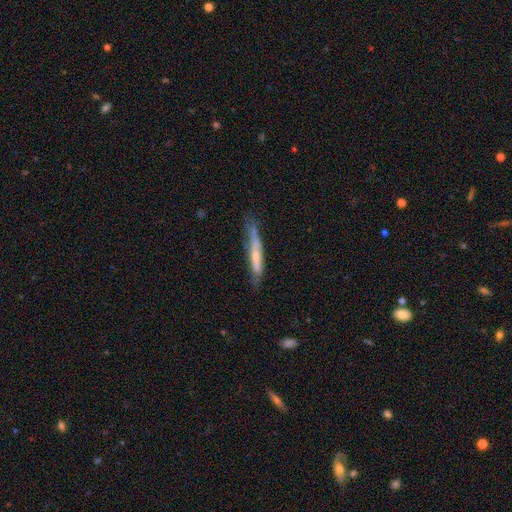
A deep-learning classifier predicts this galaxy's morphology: Q: Smooth or featured?
A: smooth (48%); runner-up: featured or disk (45%)
Q: Merging?
A: none (64%); runner-up: minor disturbance (26%)